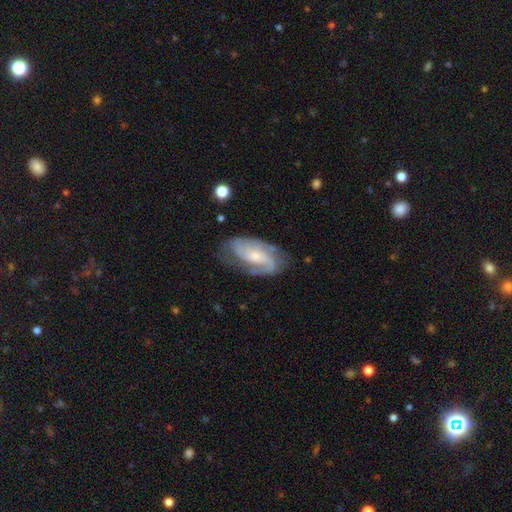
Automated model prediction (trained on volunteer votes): smooth-or-featured: featured or disk: 82% | smooth: 13% | star or artifact: 5%
  disk-edge-on: no: 96% | yes: 4%
    bar: no: 50% | weak: 39% | strong: 11%
    has-spiral-arms: yes: 95% | no: 5%
      spiral-winding: medium: 47% | tight: 30% | loose: 22%
      spiral-arm-count: 2: 72% | can't tell: 11% | 3: 8% | 1: 5% | 4: 2% | more than 4: 2%
    bulge-size: small: 48% | moderate: 39% | none: 7% | large: 5% | dominant: 1%
  merging: none: 67% | minor disturbance: 21% | major disturbance: 10% | merger: 2%